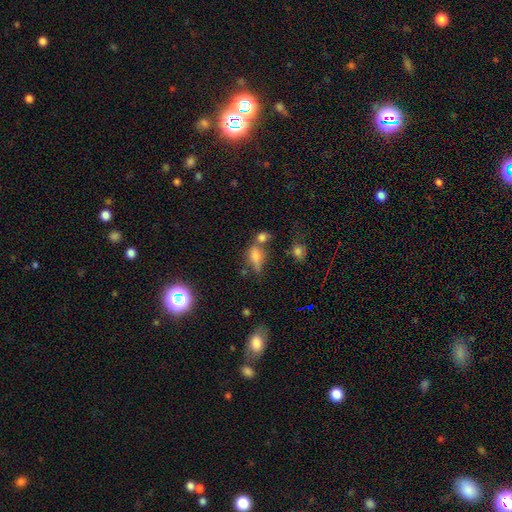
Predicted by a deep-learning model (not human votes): Smooth or featured? Predicted: smooth (p=0.59). How rounded? Predicted: in between (p=0.69). Merging? Predicted: none (p=0.42).